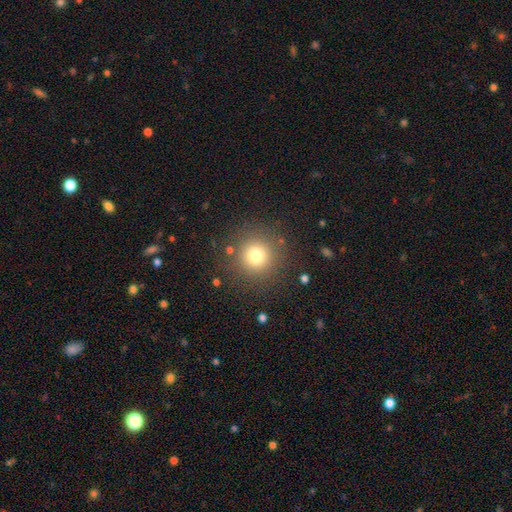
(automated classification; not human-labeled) Smooth or featured?
  - smooth: 76% *
  - star or artifact: 15%
  - featured or disk: 9%
How rounded?
  - round: 95% *
  - in between: 4%
  - cigar-shaped: 1%
Merging?
  - none: 87% *
  - minor disturbance: 7%
  - major disturbance: 4%
  - merger: 2%